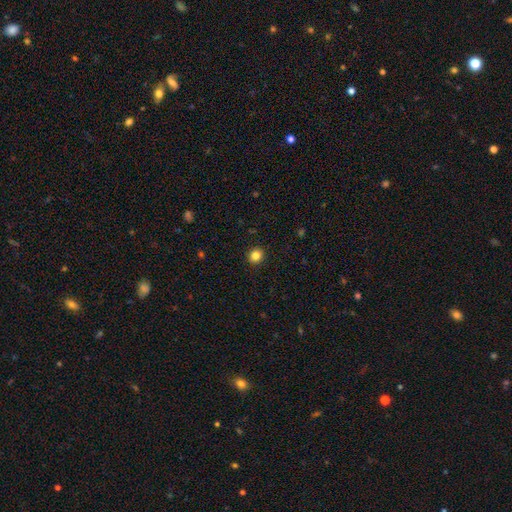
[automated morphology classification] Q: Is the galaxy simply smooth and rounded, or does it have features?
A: smooth — 83%.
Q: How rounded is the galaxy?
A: round — 88%.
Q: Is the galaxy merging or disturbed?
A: none — 93%.